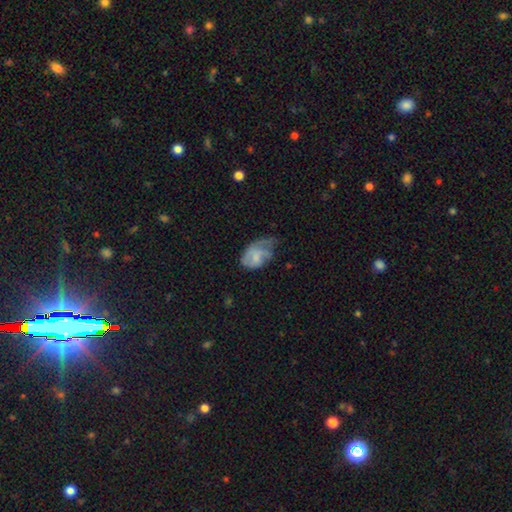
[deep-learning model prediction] Smooth or featured?
  - smooth: 59% *
  - featured or disk: 33%
  - star or artifact: 8%
How rounded?
  - in between: 85% *
  - round: 14%
  - cigar-shaped: 1%
Merging?
  - minor disturbance: 39% *
  - major disturbance: 36%
  - none: 23%
  - merger: 2%